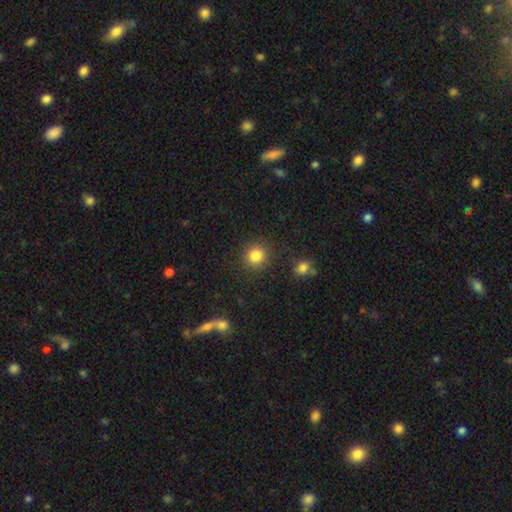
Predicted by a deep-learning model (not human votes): This appears to be a smooth galaxy with no disk features (85%) that is round (89%). Merging: none (86%).